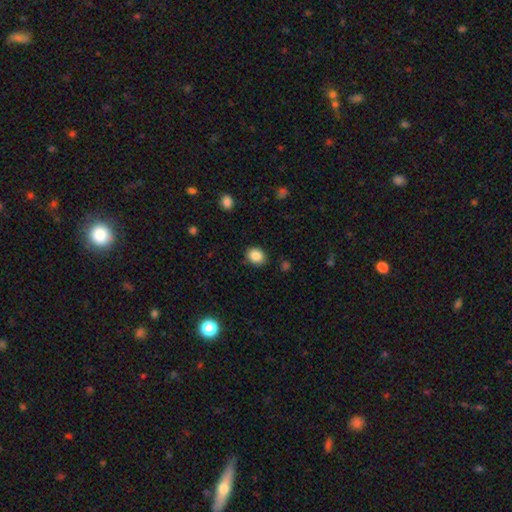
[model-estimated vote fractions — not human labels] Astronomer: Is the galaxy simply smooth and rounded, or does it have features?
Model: smooth — 86%.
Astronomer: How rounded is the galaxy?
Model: round — 62%.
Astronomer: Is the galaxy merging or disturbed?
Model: none — 86%.